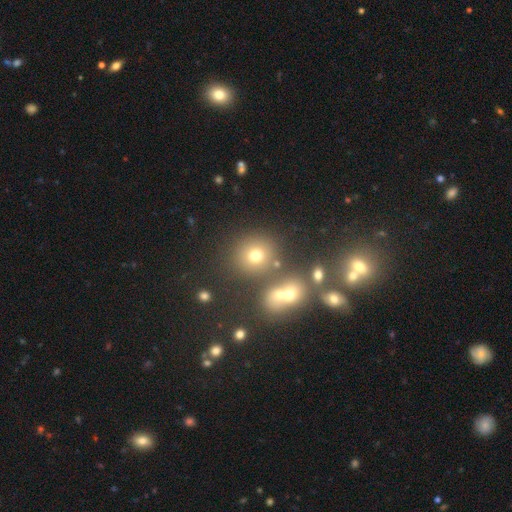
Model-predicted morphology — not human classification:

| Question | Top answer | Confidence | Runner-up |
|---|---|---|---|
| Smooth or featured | smooth | 70% | star or artifact (19%) |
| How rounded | round | 84% | in between (15%) |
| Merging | none | 71% | merger (16%) |